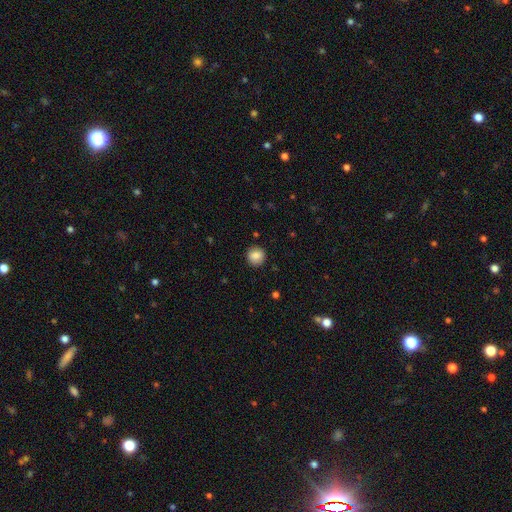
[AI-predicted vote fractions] smooth-or-featured: smooth: 85% | star or artifact: 9% | featured or disk: 6%
  how-rounded: round: 90% | in between: 9% | cigar-shaped: 1%
  merging: none: 89% | minor disturbance: 8% | major disturbance: 2% | merger: 1%